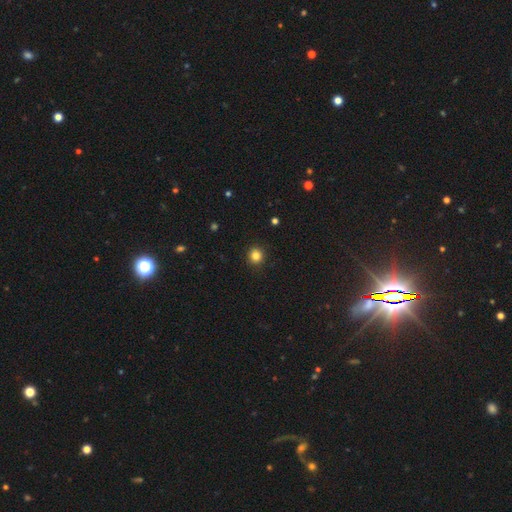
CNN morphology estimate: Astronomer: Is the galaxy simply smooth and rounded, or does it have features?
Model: smooth — 84%.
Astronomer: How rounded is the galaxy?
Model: round — 92%.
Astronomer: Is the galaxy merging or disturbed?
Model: none — 92%.